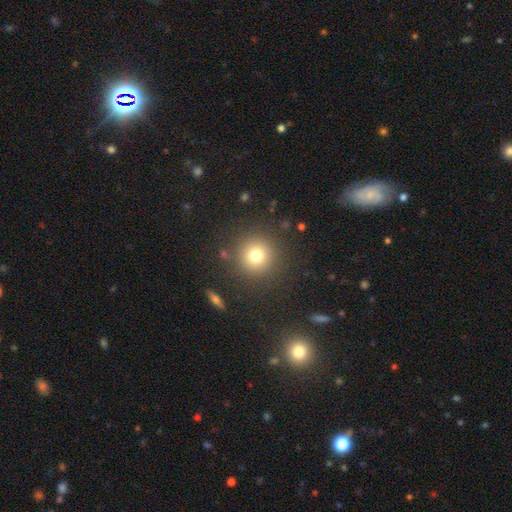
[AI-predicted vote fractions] Smooth or featured: smooth — 76% (star or artifact — 14%)
How rounded: round — 94% (in between — 5%)
Merging: none — 88% (minor disturbance — 7%)